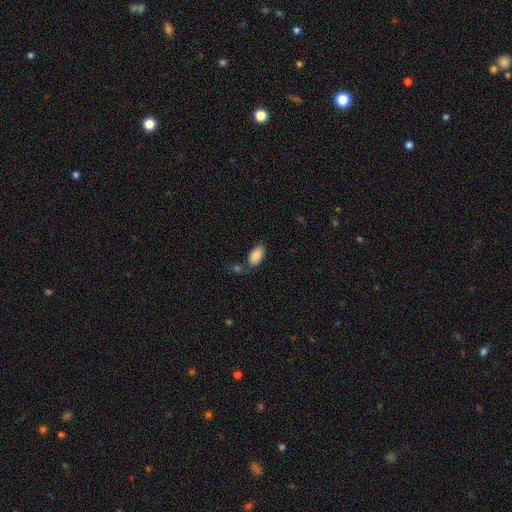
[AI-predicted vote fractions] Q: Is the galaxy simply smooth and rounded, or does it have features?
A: smooth — 88%.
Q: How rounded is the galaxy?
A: in between — 95%.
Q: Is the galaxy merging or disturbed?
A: none — 63%.